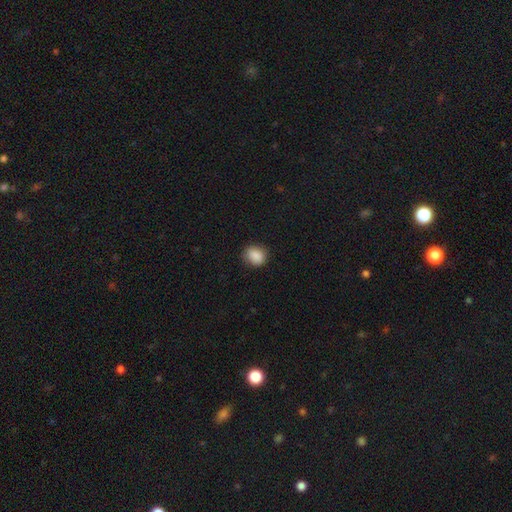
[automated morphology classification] smooth-or-featured: smooth: 88% | star or artifact: 8% | featured or disk: 3%
  how-rounded: round: 59% | in between: 40% | cigar-shaped: 1%
  merging: none: 84% | minor disturbance: 13% | major disturbance: 3% | merger: 1%